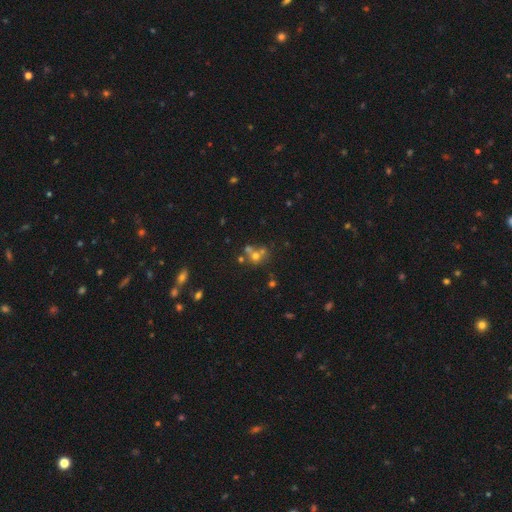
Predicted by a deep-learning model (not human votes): A smooth galaxy with no disk features (55%) that is round (78%).

Vote fractions:
- Smooth or featured? smooth: 55% / star or artifact: 23% / featured or disk: 23%
- How rounded? round: 78% / in between: 21% / cigar-shaped: 1%
- Merging? merger: 43% / none: 42% / minor disturbance: 9% / major disturbance: 6%